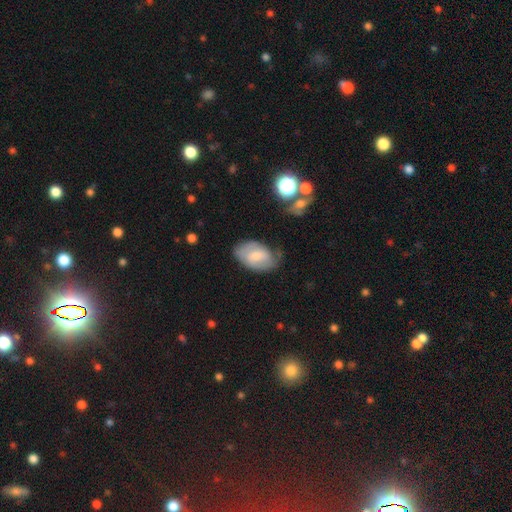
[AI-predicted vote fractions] smooth 49%, featured or disk 44%, star or artifact 6%. Down the decision tree: merging — none (57%).